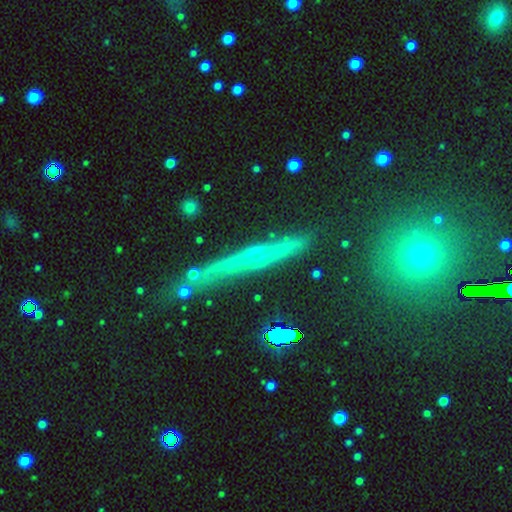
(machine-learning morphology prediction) Smooth or featured? Predicted: featured or disk (p=0.68). Edge-on disk? Predicted: yes (p=0.94). Edge-on bulge? Predicted: rounded (p=0.63). Merging? Predicted: none (p=0.80).